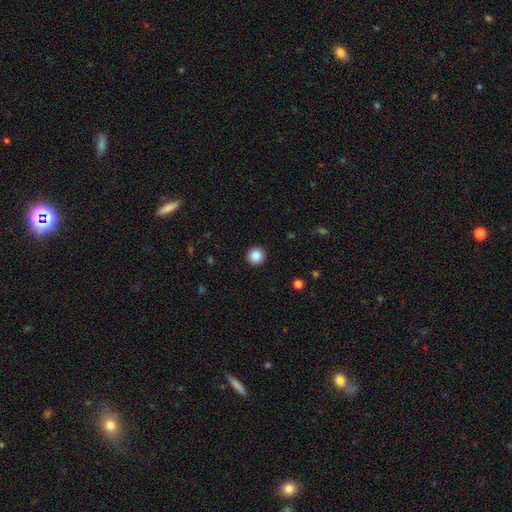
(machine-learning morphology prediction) Smooth or featured? Predicted: smooth (p=0.85). How rounded? Predicted: round (p=0.96). Merging? Predicted: none (p=0.93).